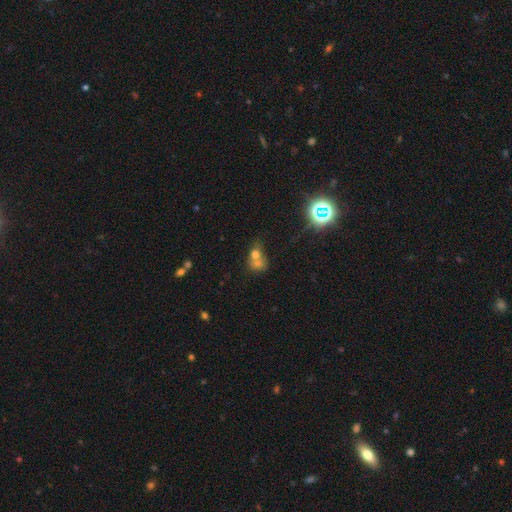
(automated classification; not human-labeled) Smooth or featured?
  - smooth: 64% *
  - featured or disk: 20%
  - star or artifact: 17%
How rounded?
  - round: 60% *
  - in between: 38%
  - cigar-shaped: 2%
Merging?
  - merger: 67% *
  - none: 22%
  - minor disturbance: 6%
  - major disturbance: 4%